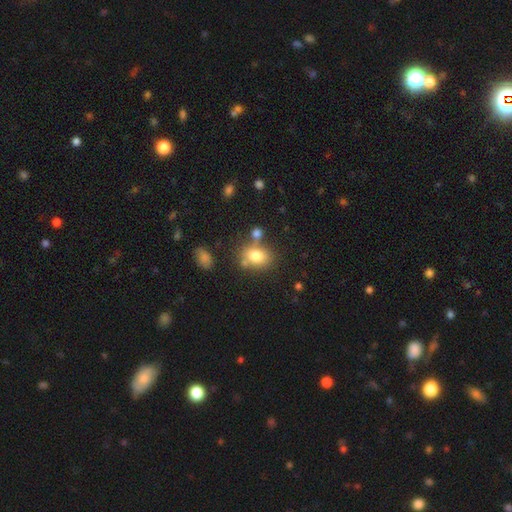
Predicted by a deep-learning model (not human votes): smooth-or-featured: smooth: 77% | featured or disk: 12% | star or artifact: 11%
  how-rounded: in between: 58% | round: 41% | cigar-shaped: 1%
  merging: none: 58% | merger: 20% | minor disturbance: 16% | major disturbance: 6%